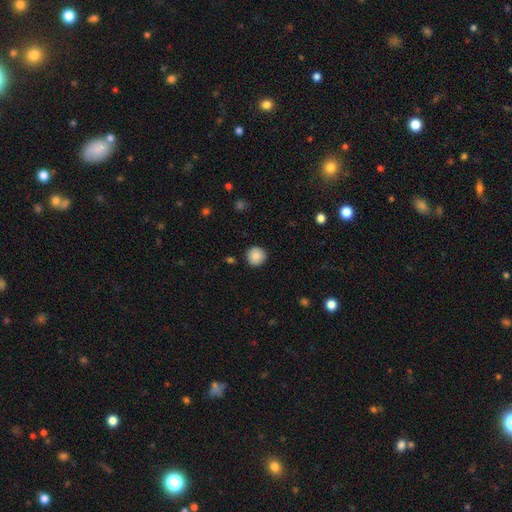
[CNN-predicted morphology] Smooth or featured? Predicted: smooth (p=0.88). How rounded? Predicted: round (p=0.95). Merging? Predicted: none (p=0.91).